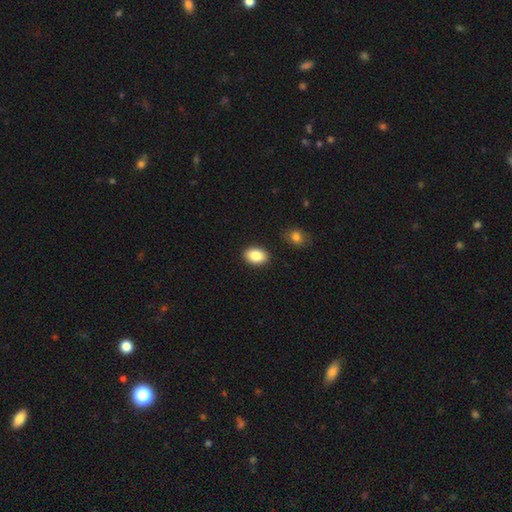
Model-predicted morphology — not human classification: type=smooth (87%); roundness=in between (84%); merging=none (89%).